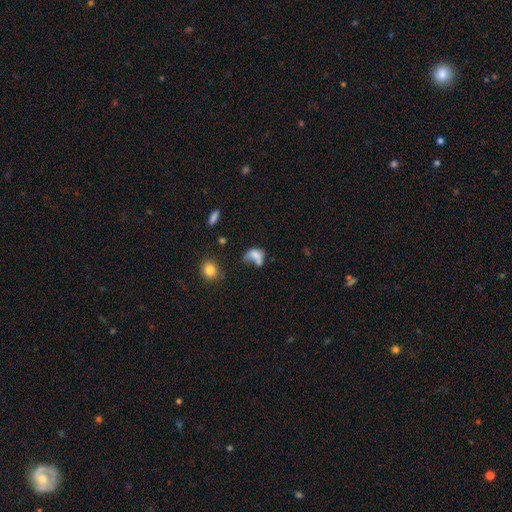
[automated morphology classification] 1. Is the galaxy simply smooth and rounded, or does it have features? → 68% smooth, 20% featured or disk, 12% star or artifact.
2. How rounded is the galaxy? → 72% in between, 25% round, 2% cigar-shaped.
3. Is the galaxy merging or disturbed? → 39% merger, 23% major disturbance, 21% none, 17% minor disturbance.